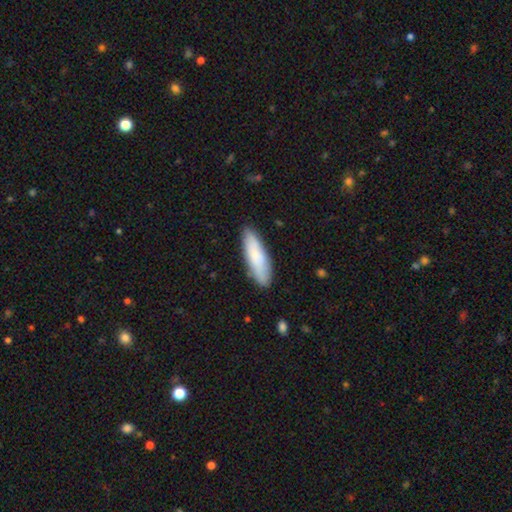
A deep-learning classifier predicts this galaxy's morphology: This is likely a smooth galaxy (80%). How rounded: possibly cigar-shaped (56%). Merging: clearly none (86%).